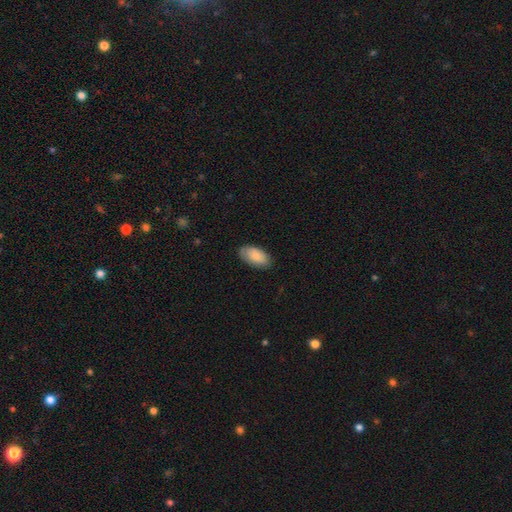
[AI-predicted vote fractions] This appears to be a smooth galaxy with no disk features (87%) that is in between round and cigar-shaped (95%). Merging: none (83%).